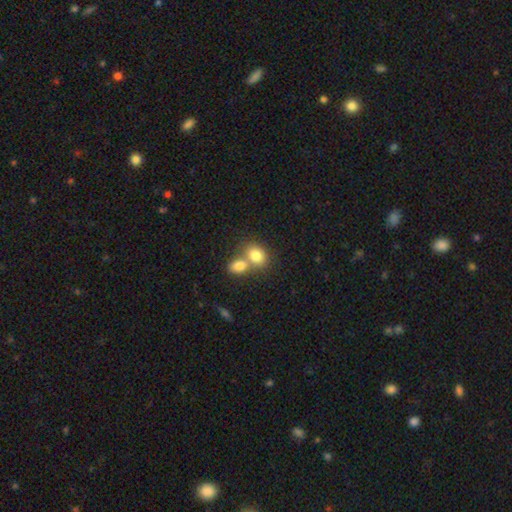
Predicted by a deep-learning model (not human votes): Smooth or featured? Predicted: smooth (p=0.81). How rounded? Predicted: in between (p=0.56). Merging? Predicted: merger (p=0.56).